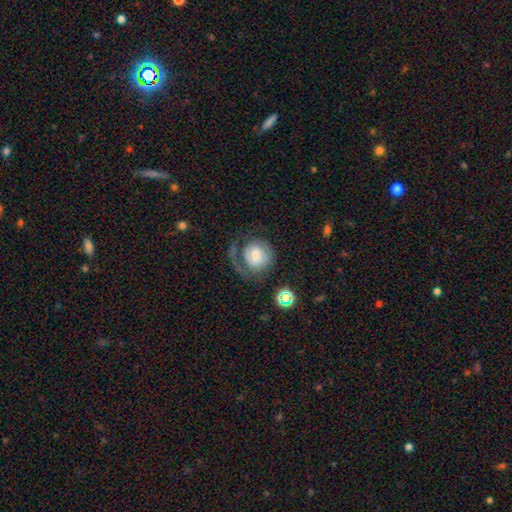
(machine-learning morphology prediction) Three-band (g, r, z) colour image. It shows a featured or disk galaxy (62%) with no bar (50%), 1 (60%) tight (46%) spiral arms (86%) and a moderate central bulge (35%). Merging: none (48%).